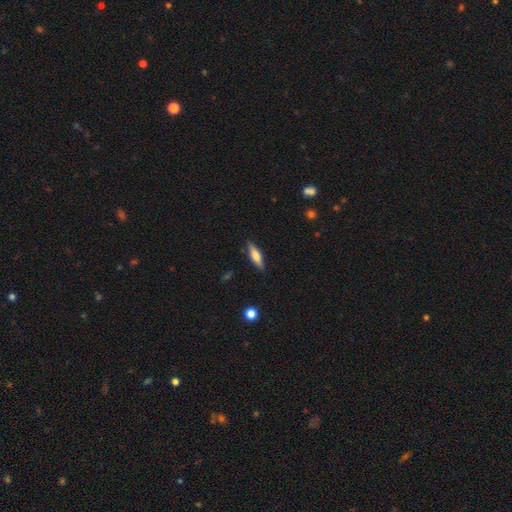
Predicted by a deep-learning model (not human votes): Smooth or featured? smooth (55%)
How rounded? cigar-shaped (63%)
Merging? none (87%)